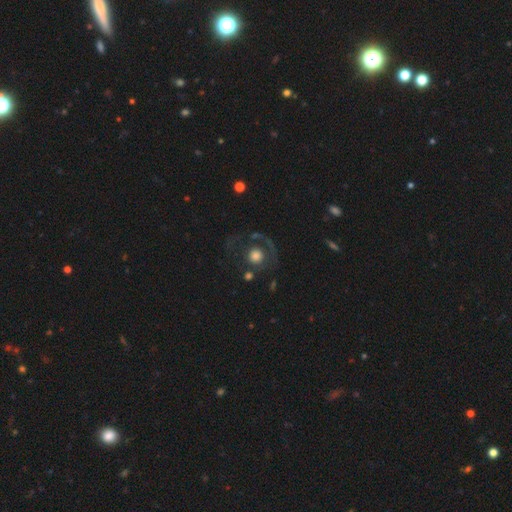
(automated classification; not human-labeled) smooth_or_featured: smooth (p=0.57) [alt: featured or disk p=0.33]
how_rounded: round (p=0.91) [alt: in between p=0.08]
merging: none (p=0.56) [alt: major disturbance p=0.24]